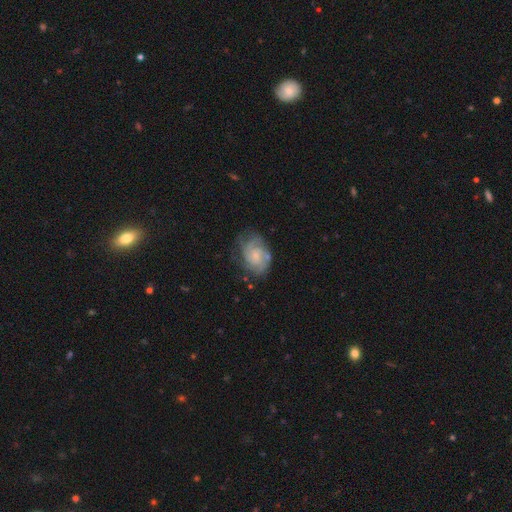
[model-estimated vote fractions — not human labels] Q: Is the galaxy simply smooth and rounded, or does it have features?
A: featured or disk — 73%.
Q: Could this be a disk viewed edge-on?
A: no — 98%.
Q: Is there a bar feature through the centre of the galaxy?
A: no — 68%.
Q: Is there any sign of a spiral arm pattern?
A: yes — 91%.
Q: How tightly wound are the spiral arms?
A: tight — 53%.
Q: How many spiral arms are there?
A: can't tell — 34%.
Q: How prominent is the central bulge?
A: small — 50%.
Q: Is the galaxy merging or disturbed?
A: none — 63%.